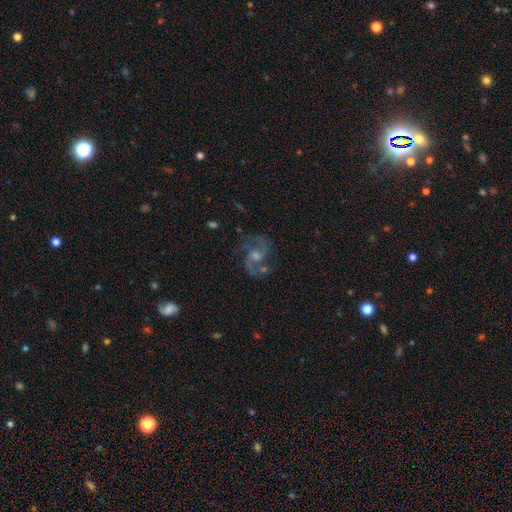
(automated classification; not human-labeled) Smooth or featured: featured or disk — 88% (star or artifact — 8%)
Edge-on disk: no — 98% (yes — 2%)
Bar: no — 46% (weak — 45%)
Spiral arms: yes — 98% (no — 2%)
Spiral winding: medium — 57% (loose — 31%)
Spiral arm count: 2 — 87% (3 — 5%)
Bulge size: moderate — 46% (small — 41%)
Merging: none — 73% (minor disturbance — 15%)